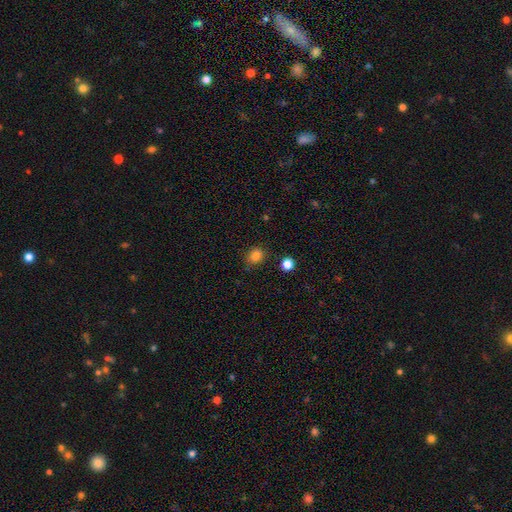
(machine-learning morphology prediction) This is clearly a smooth galaxy (83%). How rounded: likely round (61%). Merging: clearly none (84%).